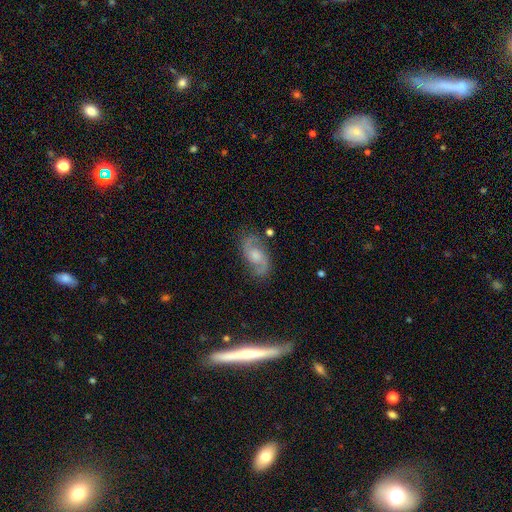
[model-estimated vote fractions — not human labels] Smooth or featured?
  - featured or disk: 82% *
  - smooth: 11%
  - star or artifact: 7%
Edge-on disk?
  - no: 96% *
  - yes: 4%
Bar?
  - no: 59% *
  - weak: 36%
  - strong: 5%
Spiral arms?
  - yes: 96% *
  - no: 4%
Spiral winding?
  - medium: 52% *
  - loose: 32%
  - tight: 16%
Spiral arm count?
  - 2: 92% *
  - can't tell: 4%
  - 1: 2%
  - 3: 1%
  - 4: 1%
  - more than 4: 1%
Bulge size?
  - moderate: 48% *
  - small: 27%
  - large: 12%
  - none: 12%
  - dominant: 2%
Merging?
  - none: 78% *
  - minor disturbance: 15%
  - major disturbance: 5%
  - merger: 2%